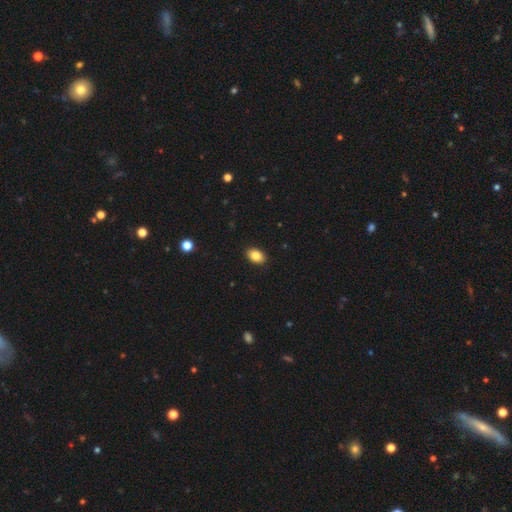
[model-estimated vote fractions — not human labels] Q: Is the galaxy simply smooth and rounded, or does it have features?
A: smooth — 85%.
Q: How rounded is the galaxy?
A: in between — 84%.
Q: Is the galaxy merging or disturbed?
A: none — 90%.